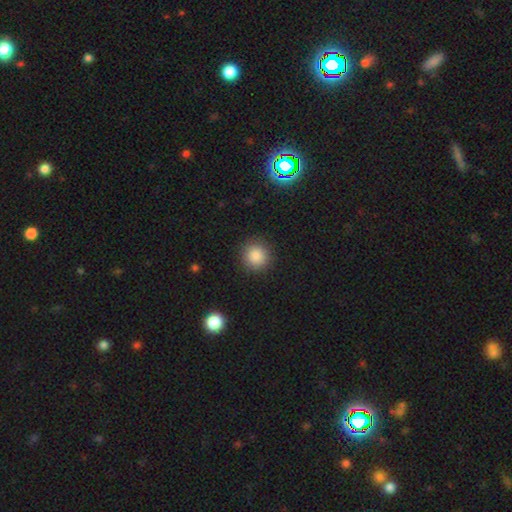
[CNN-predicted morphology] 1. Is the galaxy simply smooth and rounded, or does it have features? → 86% smooth, 10% star or artifact, 4% featured or disk.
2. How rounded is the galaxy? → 93% round, 6% in between, 1% cigar-shaped.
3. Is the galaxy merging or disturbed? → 90% none, 7% minor disturbance, 2% major disturbance, 1% merger.